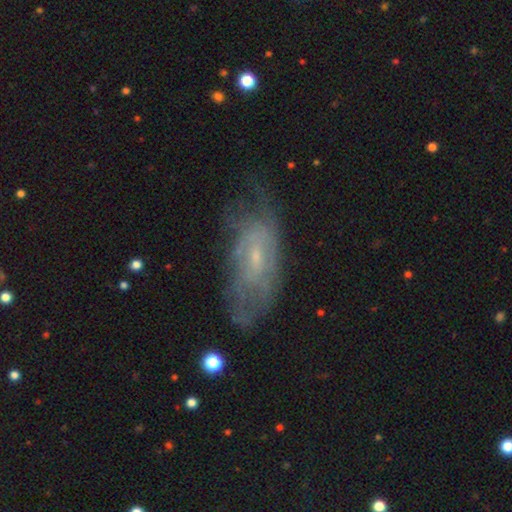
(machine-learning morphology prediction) The model was most divided on "bar": no: 53%, weak: 40%, strong: 7%. More confident: edge-on disk — no (88%); bulge size — small (68%); spiral arms — yes (64%); smooth or featured — featured or disk (63%); merging — none (58%).